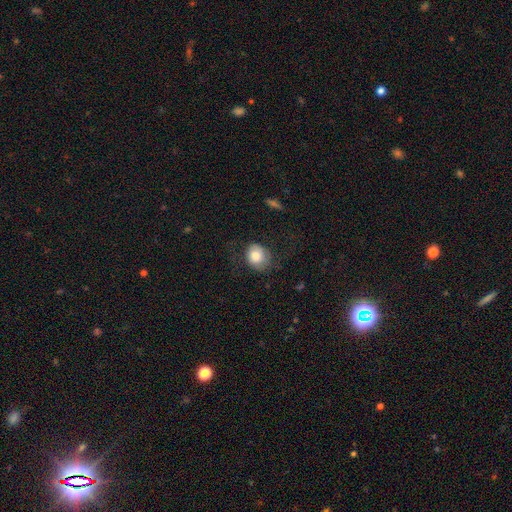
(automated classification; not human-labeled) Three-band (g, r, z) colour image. It shows a smooth galaxy with no disk features (79%) that is round (59%). Merging: none (61%).